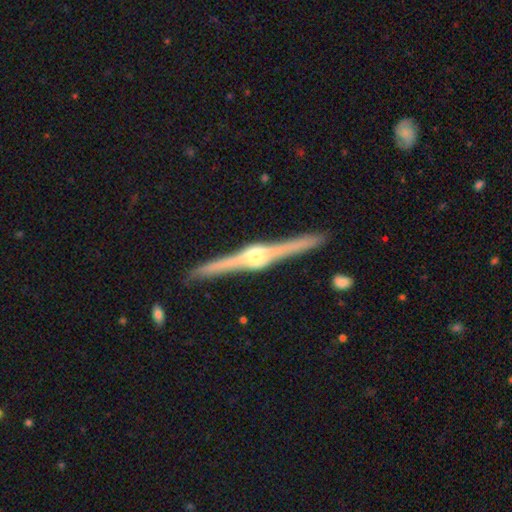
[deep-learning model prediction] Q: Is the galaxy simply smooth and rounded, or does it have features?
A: featured or disk — 87%.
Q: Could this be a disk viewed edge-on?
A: yes — 98%.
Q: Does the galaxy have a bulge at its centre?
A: rounded — 89%.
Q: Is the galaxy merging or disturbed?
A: none — 90%.